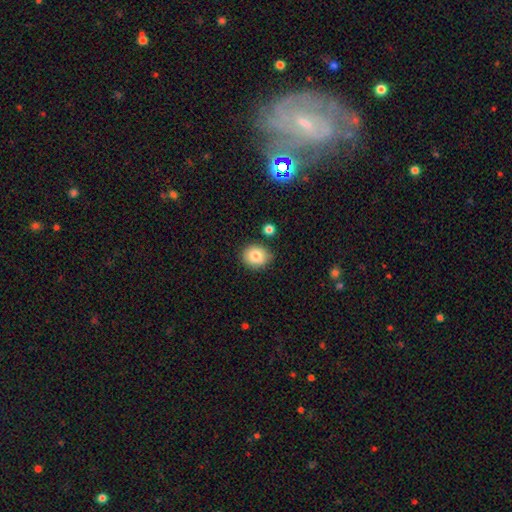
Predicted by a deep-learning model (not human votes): Q: Smooth or featured?
A: smooth (82%); runner-up: star or artifact (10%)
Q: How rounded?
A: round (75%); runner-up: in between (24%)
Q: Merging?
A: none (83%); runner-up: minor disturbance (11%)